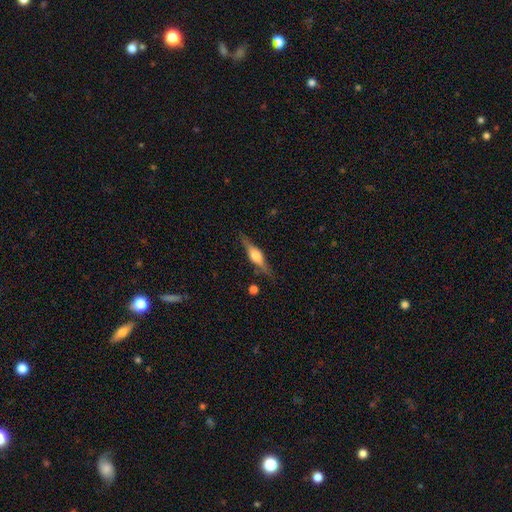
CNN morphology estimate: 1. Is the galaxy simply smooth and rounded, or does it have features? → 72% featured or disk, 22% smooth, 7% star or artifact.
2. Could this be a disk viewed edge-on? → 97% yes, 3% no.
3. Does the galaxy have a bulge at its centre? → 86% rounded, 12% boxy, 2% none.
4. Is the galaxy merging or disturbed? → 84% none, 11% minor disturbance, 3% major disturbance, 2% merger.